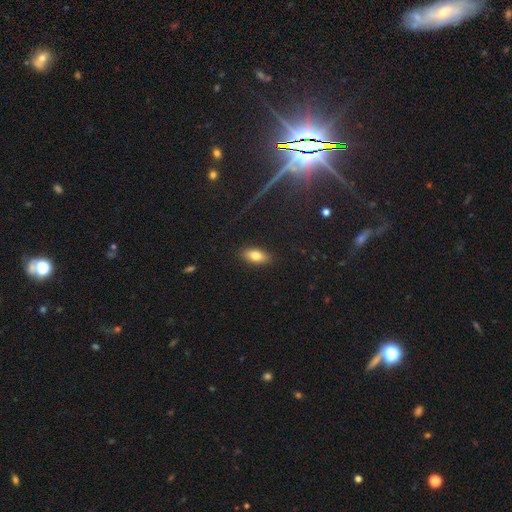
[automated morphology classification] Smooth or featured?
  - smooth: 78% *
  - featured or disk: 13%
  - star or artifact: 8%
How rounded?
  - in between: 87% *
  - cigar-shaped: 10%
  - round: 4%
Merging?
  - none: 88% *
  - minor disturbance: 9%
  - major disturbance: 2%
  - merger: 1%